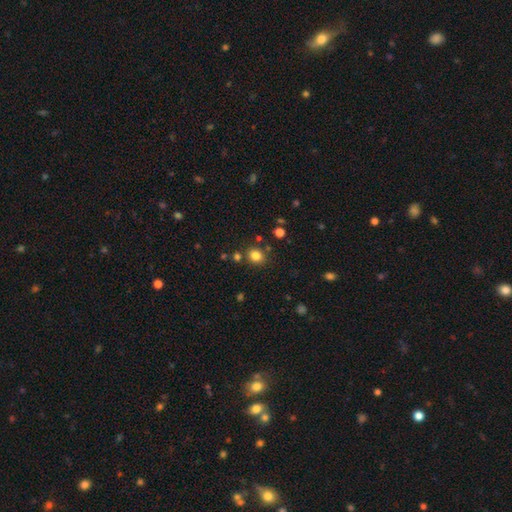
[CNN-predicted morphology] Smooth or featured? Predicted: smooth (p=0.81). How rounded? Predicted: round (p=0.71). Merging? Predicted: none (p=0.81).